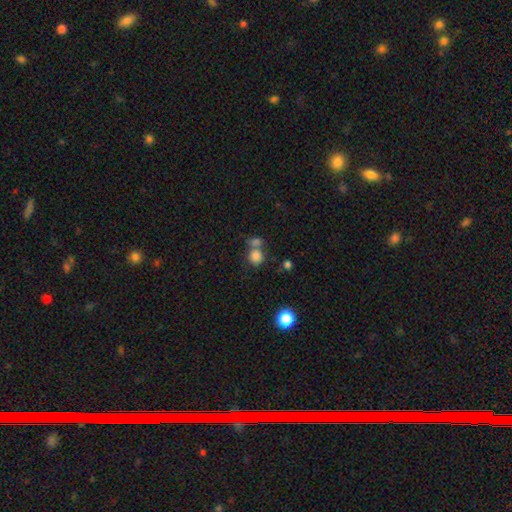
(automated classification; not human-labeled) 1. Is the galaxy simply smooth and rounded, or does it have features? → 80% smooth, 12% star or artifact, 7% featured or disk.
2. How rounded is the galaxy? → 82% round, 17% in between, 1% cigar-shaped.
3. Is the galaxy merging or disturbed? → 50% none, 36% merger, 9% minor disturbance, 5% major disturbance.